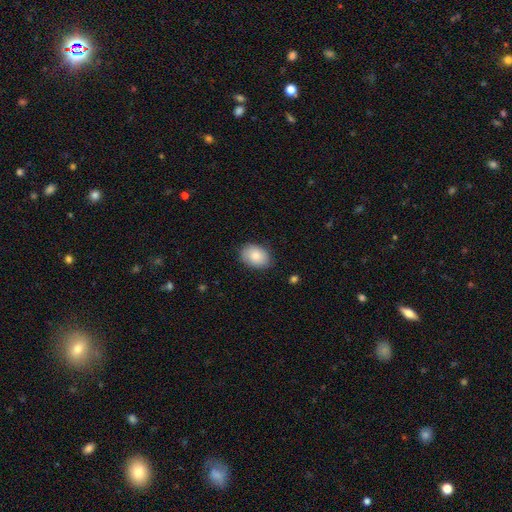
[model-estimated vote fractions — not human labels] Smooth or featured: smooth — 82% (featured or disk — 11%)
How rounded: in between — 76% (round — 24%)
Merging: none — 81% (minor disturbance — 15%)